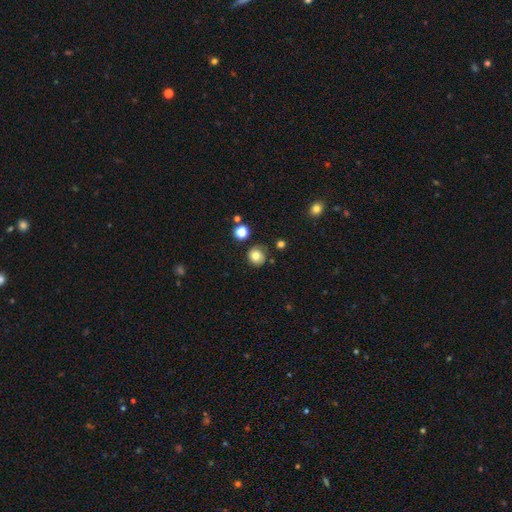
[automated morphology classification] Smooth or featured? smooth (78%)
How rounded? round (90%)
Merging? none (79%)